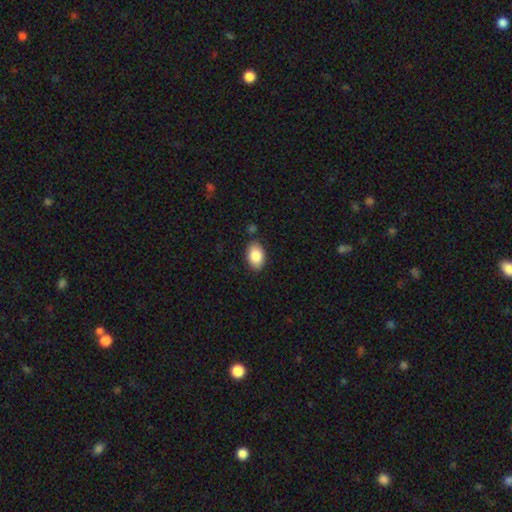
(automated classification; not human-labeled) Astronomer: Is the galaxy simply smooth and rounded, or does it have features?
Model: smooth — 86%.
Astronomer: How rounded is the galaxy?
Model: in between — 89%.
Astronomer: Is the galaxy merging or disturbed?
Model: none — 83%.